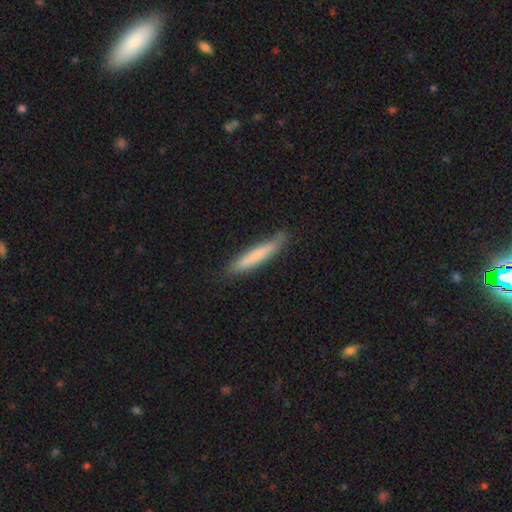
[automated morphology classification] A smooth galaxy with no disk features (71%) that is cigar-shaped (94%). Merging: none (78%).